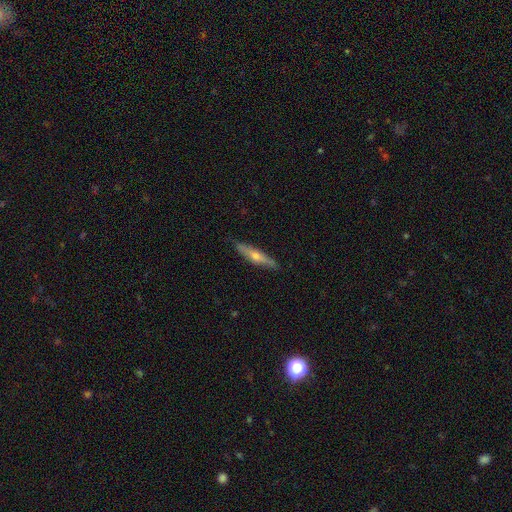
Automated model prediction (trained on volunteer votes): Smooth or featured: featured or disk — 60% (smooth — 34%)
Edge-on disk: yes — 92% (no — 8%)
Edge-on bulge: rounded — 88% (none — 8%)
Merging: none — 87% (minor disturbance — 10%)